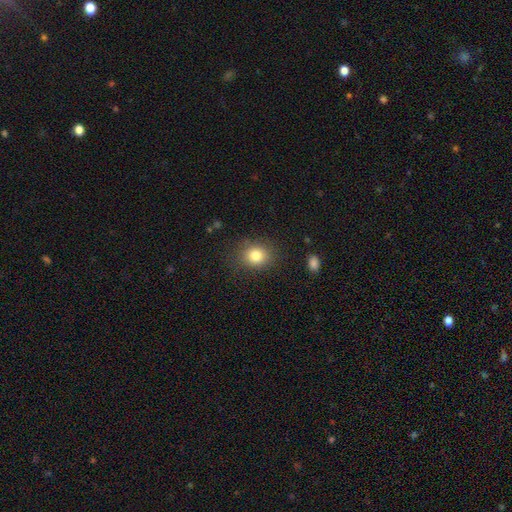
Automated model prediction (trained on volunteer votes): This is clearly a smooth galaxy (81%). How rounded: likely round (66%). Merging: clearly none (83%).